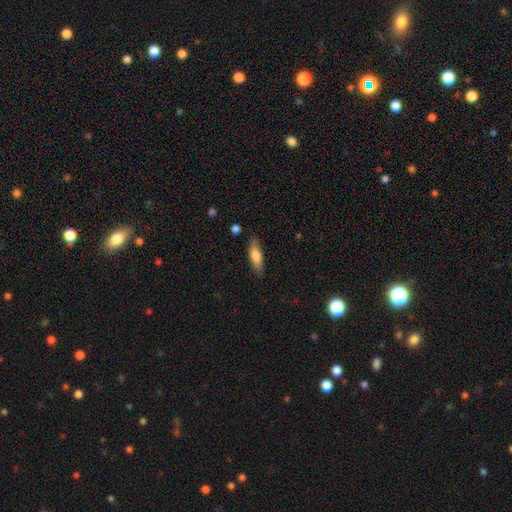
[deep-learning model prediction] Smooth or featured?
  - smooth: 76% *
  - featured or disk: 18%
  - star or artifact: 6%
How rounded?
  - in between: 50% *
  - cigar-shaped: 48%
  - round: 2%
Merging?
  - none: 83% *
  - minor disturbance: 13%
  - major disturbance: 3%
  - merger: 2%